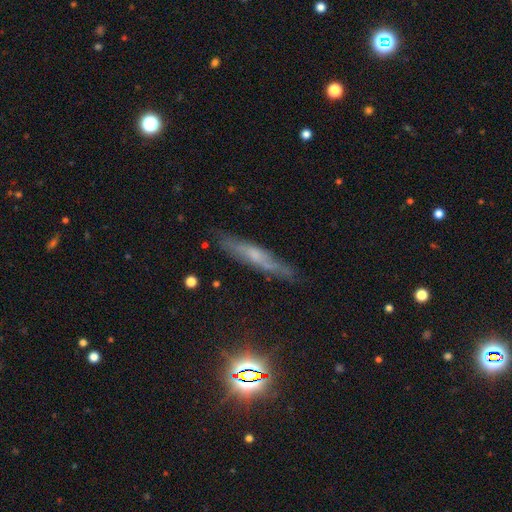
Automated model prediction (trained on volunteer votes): A featured or disk galaxy (47%). Merging: none (76%).